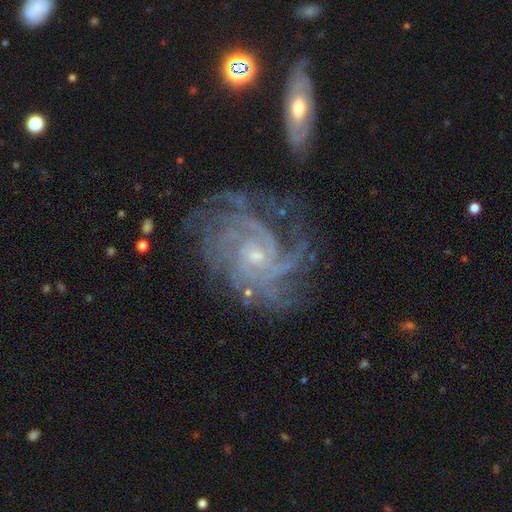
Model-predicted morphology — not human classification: A featured or disk galaxy (91%) with no bar (67%), 4 (27%) tight (69%) spiral arms (98%) and a small central bulge (79%).

Vote fractions:
- Smooth or featured? featured or disk: 91% / star or artifact: 6% / smooth: 3%
- Edge-on disk? no: 97% / yes: 3%
- Bar? no: 67% / weak: 25% / strong: 8%
- Spiral arms? yes: 98% / no: 2%
- Spiral winding? tight: 69% / medium: 27% / loose: 4%
- Spiral arm count? 4: 27% / 3: 21% / can't tell: 18% / more than 4: 13% / 2: 12% / 1: 8%
- Bulge size? small: 79% / moderate: 16% / none: 2% / large: 1% / dominant: 1%
- Merging? none: 66% / minor disturbance: 19% / major disturbance: 11% / merger: 4%